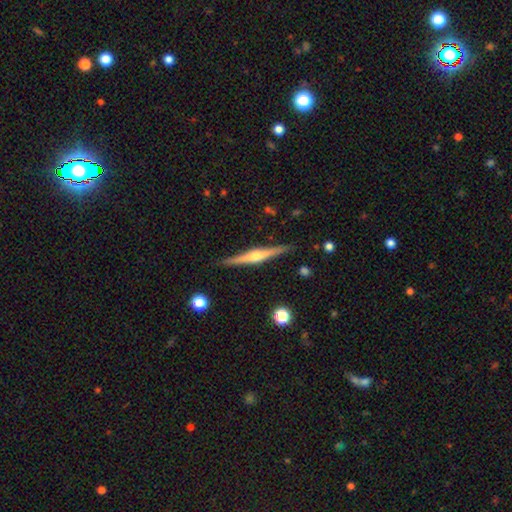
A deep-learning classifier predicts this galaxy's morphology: featured or disk 79%, smooth 16%, star or artifact 5%. Down the decision tree: edge-on disk — yes (98%); edge-on bulge — rounded (91%); merging — none (90%).